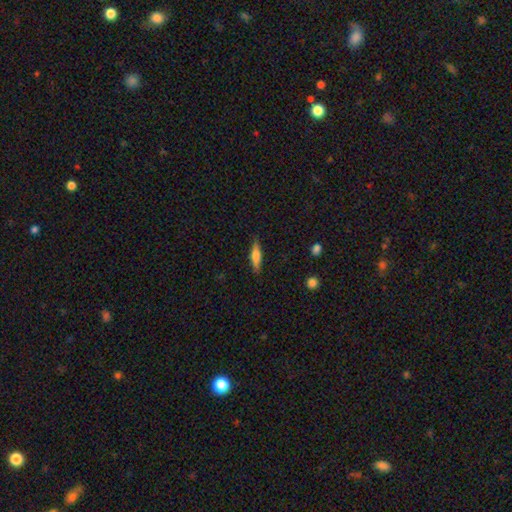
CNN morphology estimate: Overall: smooth (63%; featured or disk 30%). How rounded: cigar-shaped (68%; in between 30%). Merging: none (84%).